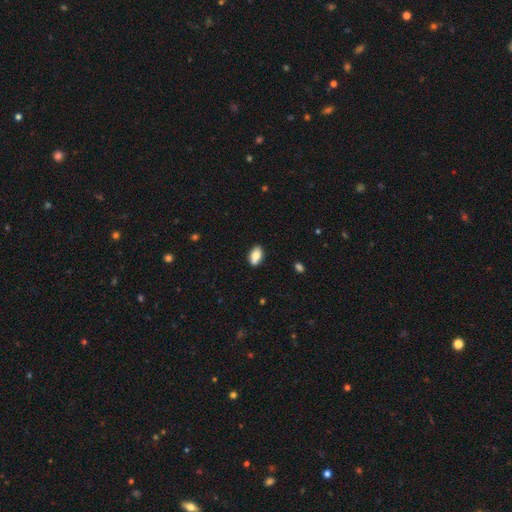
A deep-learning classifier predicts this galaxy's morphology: Smooth or featured?
  - smooth: 77% *
  - featured or disk: 15%
  - star or artifact: 8%
How rounded?
  - in between: 90% *
  - round: 7%
  - cigar-shaped: 3%
Merging?
  - none: 78% *
  - minor disturbance: 13%
  - merger: 7%
  - major disturbance: 3%